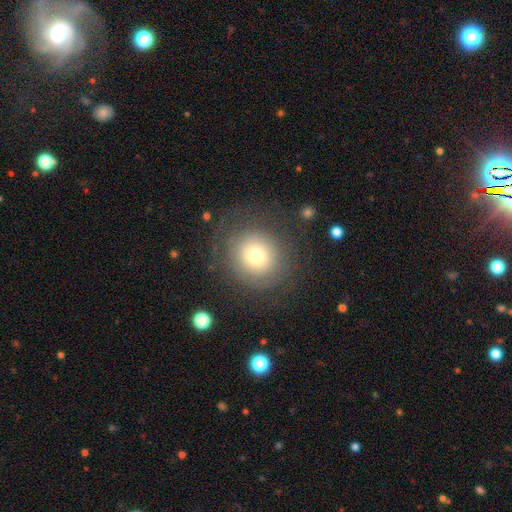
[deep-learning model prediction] Morphology: type=smooth (62%); roundness=round (89%); merging=none (74%).